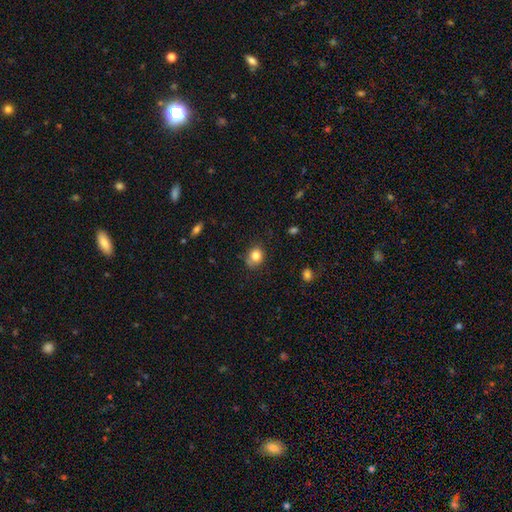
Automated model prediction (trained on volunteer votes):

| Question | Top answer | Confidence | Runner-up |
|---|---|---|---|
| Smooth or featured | smooth | 82% | star or artifact (10%) |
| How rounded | round | 59% | in between (40%) |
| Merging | none | 74% | minor disturbance (20%) |